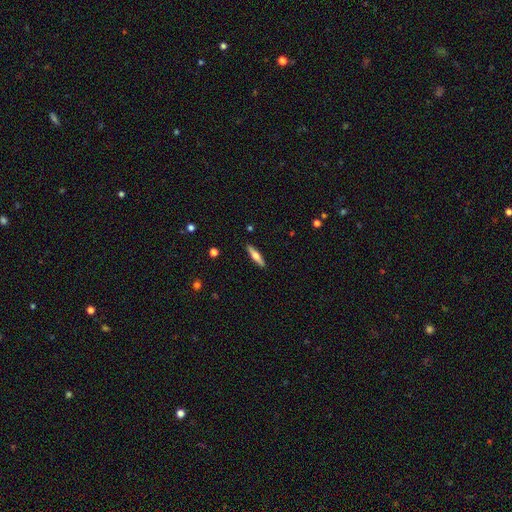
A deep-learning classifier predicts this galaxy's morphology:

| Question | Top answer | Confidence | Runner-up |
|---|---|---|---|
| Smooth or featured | smooth | 49% | featured or disk (45%) |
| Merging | none | 90% | minor disturbance (7%) |